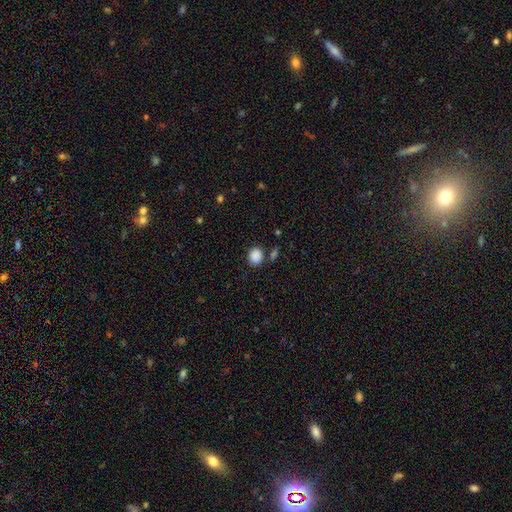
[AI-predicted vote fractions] A smooth galaxy with no disk features (88%) that is round (64%). Merging: none (79%).